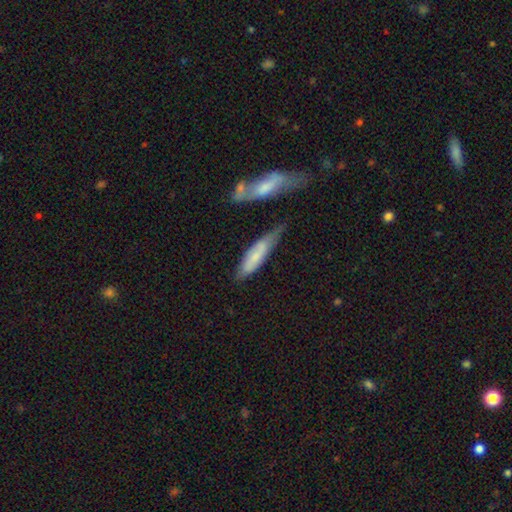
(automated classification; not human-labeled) Morphology: type=smooth (61%); roundness=cigar-shaped (69%); merging=none (48%).